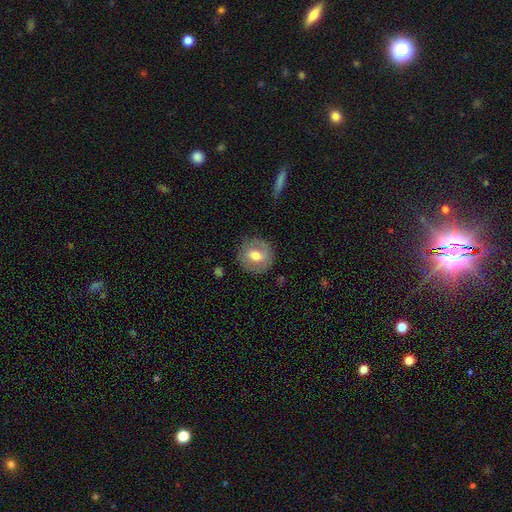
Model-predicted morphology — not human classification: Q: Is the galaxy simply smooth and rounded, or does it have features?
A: smooth — 55%.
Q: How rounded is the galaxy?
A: round — 86%.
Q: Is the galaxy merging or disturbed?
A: none — 83%.